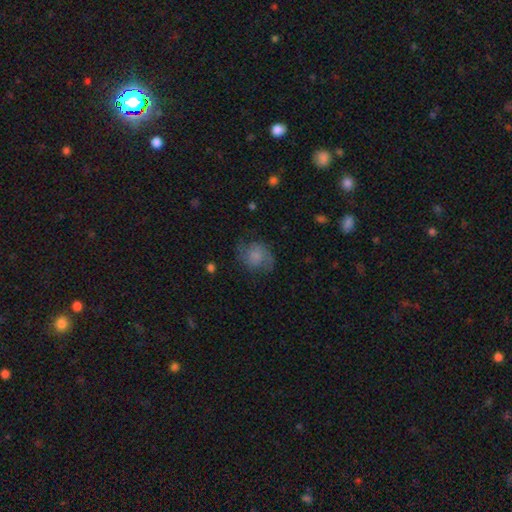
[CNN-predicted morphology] The model was most divided on "smooth or featured": smooth: 49%, featured or disk: 41%, star or artifact: 9%. More confident: merging — none (63%).